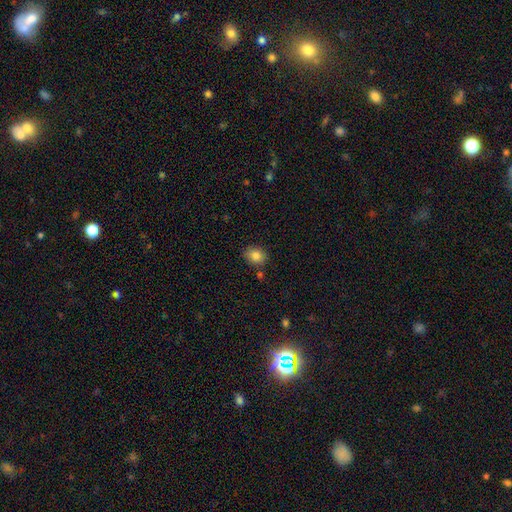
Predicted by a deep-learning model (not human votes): Smooth or featured: smooth — 84% (star or artifact — 10%)
How rounded: round — 52% (in between — 47%)
Merging: none — 78% (minor disturbance — 13%)